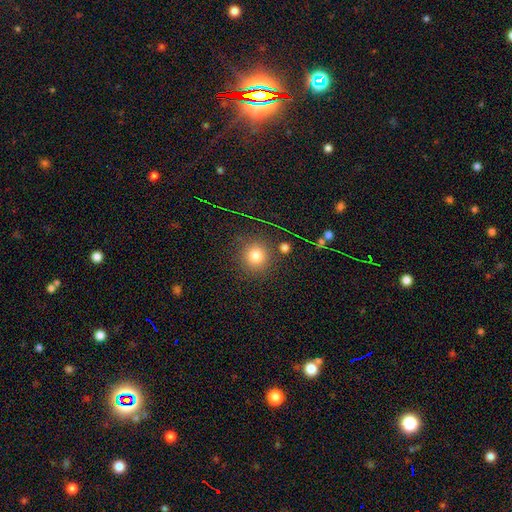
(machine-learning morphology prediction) A smooth galaxy with no disk features (77%) that is round (91%).

Vote fractions:
- Smooth or featured? smooth: 77% / star or artifact: 16% / featured or disk: 7%
- How rounded? round: 91% / in between: 8% / cigar-shaped: 1%
- Merging? none: 84% / minor disturbance: 8% / merger: 5% / major disturbance: 3%